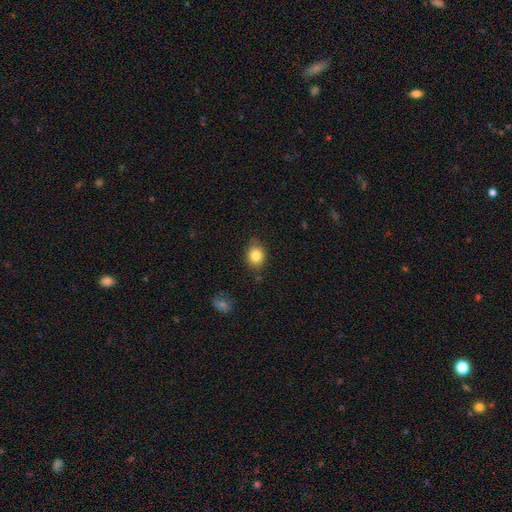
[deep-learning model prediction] The model was most divided on "how rounded": round: 53%, in between: 46%, cigar-shaped: 1%. More confident: smooth or featured — smooth (83%); merging — none (79%).